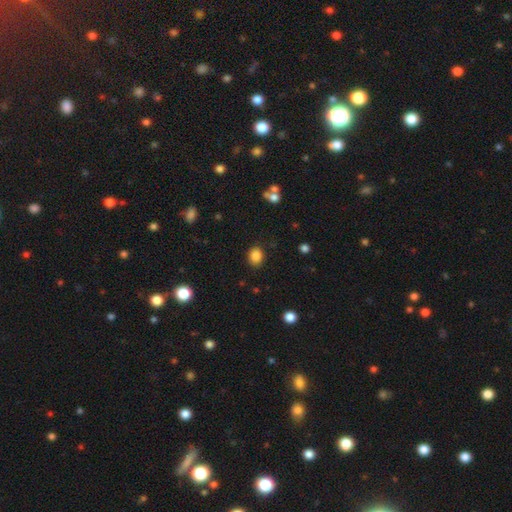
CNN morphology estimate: This is clearly a smooth galaxy (86%). How rounded: possibly in between (51%). Merging: clearly none (86%).